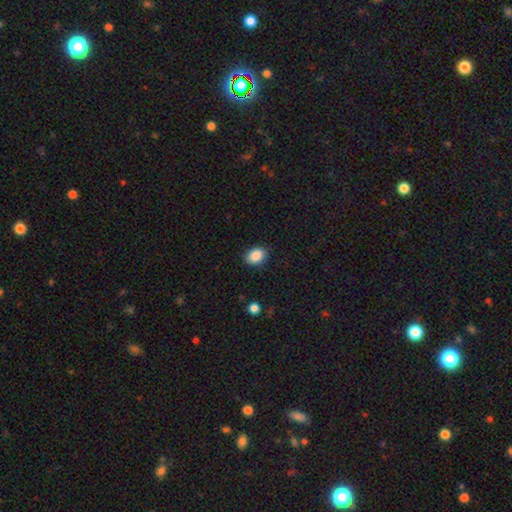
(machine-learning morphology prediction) This is clearly a smooth galaxy (87%). How rounded: likely in between (67%). Merging: clearly none (86%).